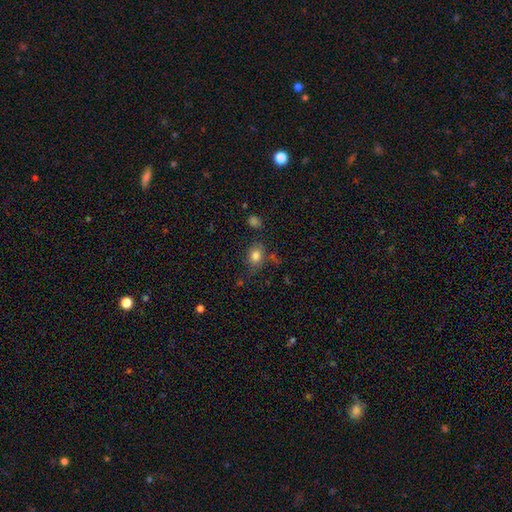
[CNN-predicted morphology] A smooth galaxy with no disk features (80%) that is in between round and cigar-shaped (68%). Merging: none (66%).